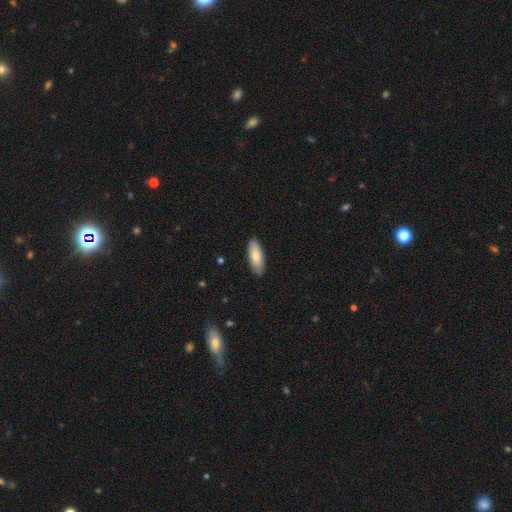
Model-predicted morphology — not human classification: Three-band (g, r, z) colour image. It shows a smooth galaxy with no disk features (80%) that is in between round and cigar-shaped (72%). Merging: none (88%).